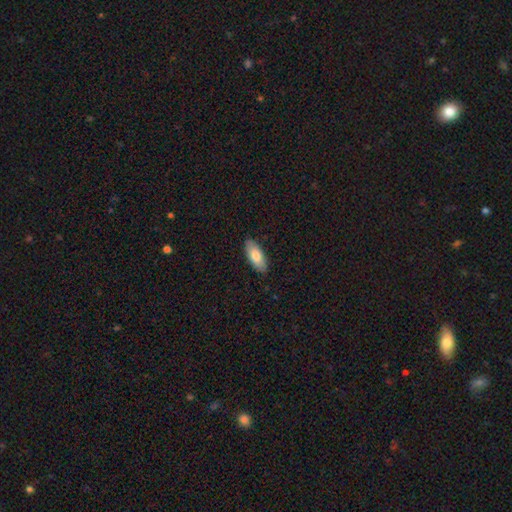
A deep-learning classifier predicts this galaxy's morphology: A smooth galaxy with no disk features (78%) that is in between round and cigar-shaped (84%). Merging: none (88%).